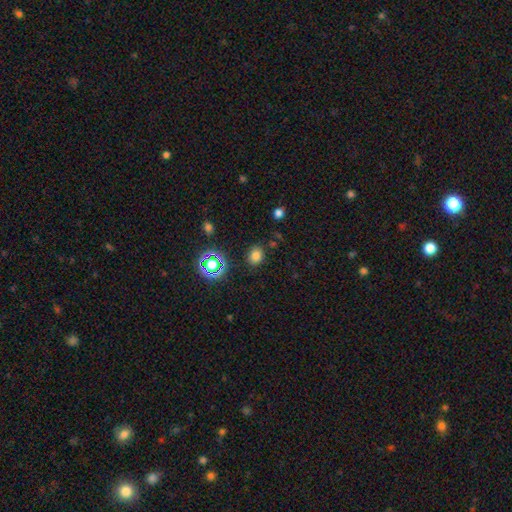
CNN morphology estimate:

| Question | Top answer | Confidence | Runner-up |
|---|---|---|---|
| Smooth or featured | smooth | 74% | star or artifact (20%) |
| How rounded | in between | 51% | round (48%) |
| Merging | none | 83% | minor disturbance (11%) |